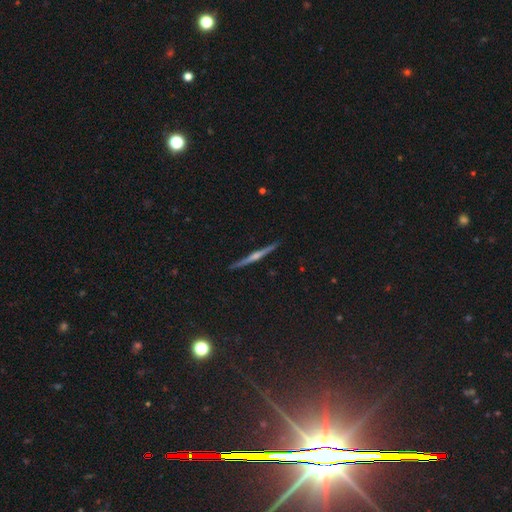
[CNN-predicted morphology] This is likely a featured or disk galaxy (76%). It is clearly viewed edge-on (98%). Edge-on bulge: likely rounded (79%). Merging: clearly none (92%).